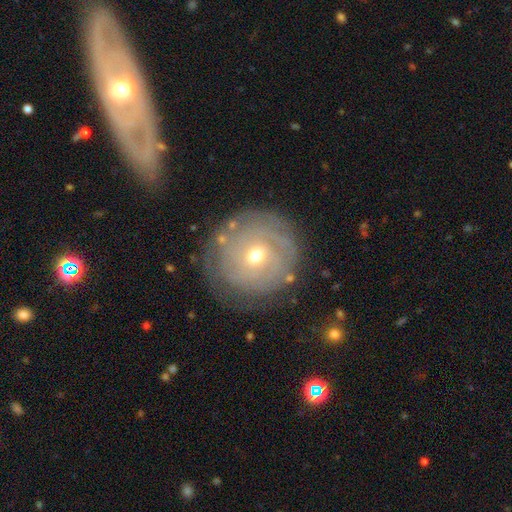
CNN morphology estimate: Smooth or featured: featured or disk — 67% (smooth — 25%)
Edge-on disk: no — 97% (yes — 3%)
Bar: no — 63% (weak — 31%)
Spiral arms: yes — 80% (no — 20%)
Spiral winding: tight — 78% (medium — 16%)
Spiral arm count: can't tell — 50% (2 — 18%)
Bulge size: moderate — 57% (small — 39%)
Merging: none — 78% (minor disturbance — 14%)